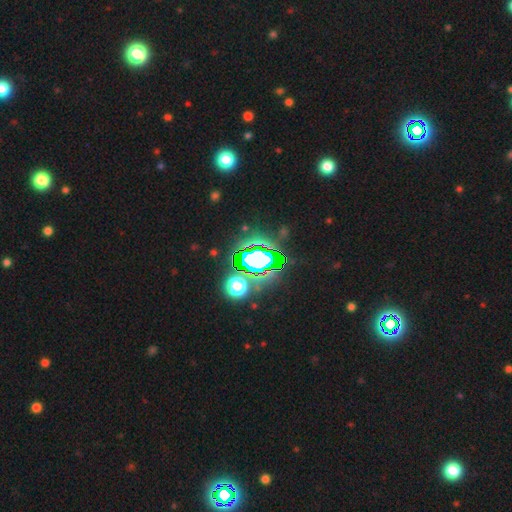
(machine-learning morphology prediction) smooth_or_featured: star or artifact (p=0.78) [alt: smooth p=0.12]